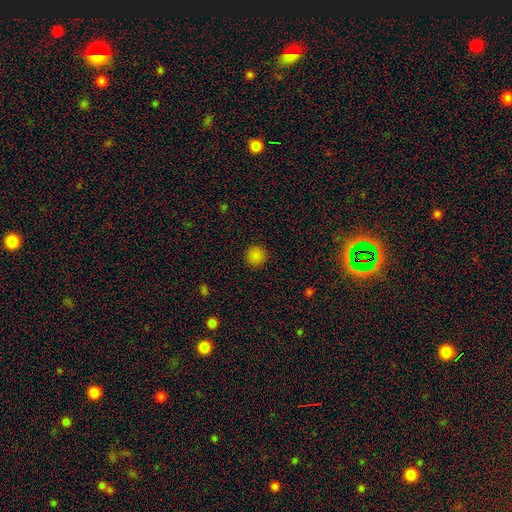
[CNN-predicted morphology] Smooth or featured? Predicted: smooth (p=0.85). How rounded? Predicted: round (p=0.94). Merging? Predicted: none (p=0.91).